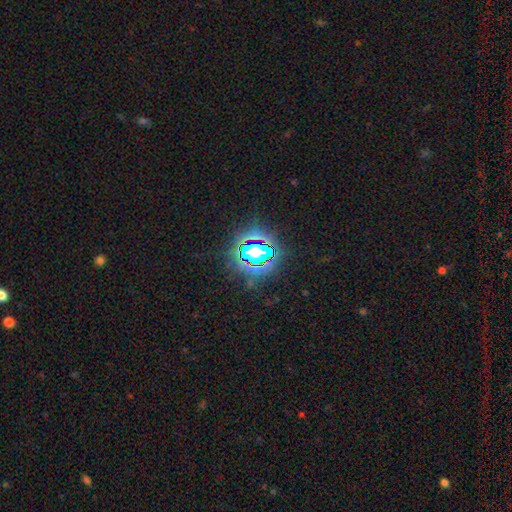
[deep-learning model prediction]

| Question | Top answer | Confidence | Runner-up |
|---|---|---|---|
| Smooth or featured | star or artifact | 82% | smooth (11%) |